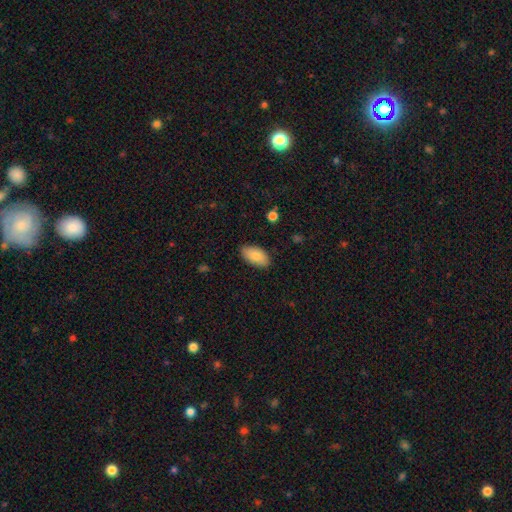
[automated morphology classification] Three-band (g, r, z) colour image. It shows a smooth galaxy with no disk features (86%) that is in between round and cigar-shaped (95%). Merging: none (86%).